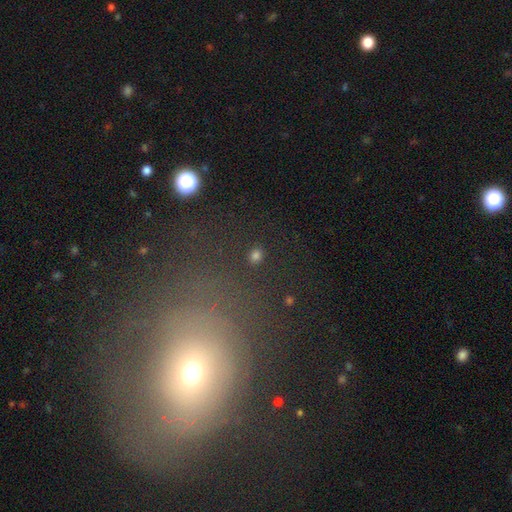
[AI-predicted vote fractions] The model was most divided on "how rounded": round: 76%, in between: 23%, cigar-shaped: 1%. More confident: merging — none (89%); smooth or featured — smooth (75%).